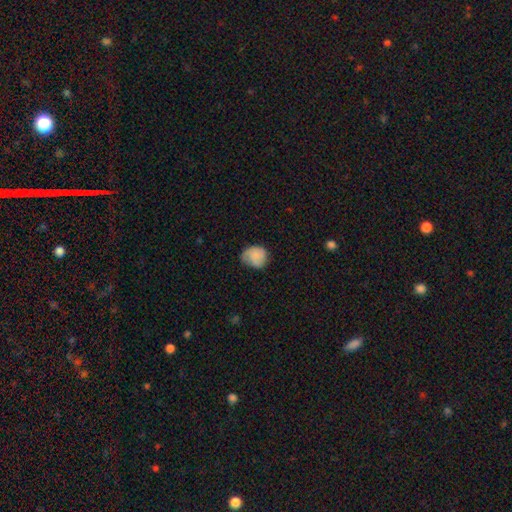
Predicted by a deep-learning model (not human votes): smooth-or-featured: smooth: 69% | featured or disk: 24% | star or artifact: 7%
  how-rounded: round: 72% | in between: 27% | cigar-shaped: 1%
  merging: none: 52% | minor disturbance: 35% | major disturbance: 11% | merger: 1%